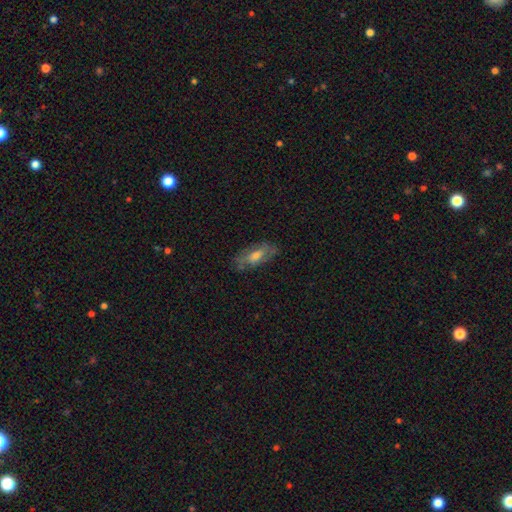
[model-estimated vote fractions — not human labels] A featured or disk galaxy (50%). Merging: none (74%).